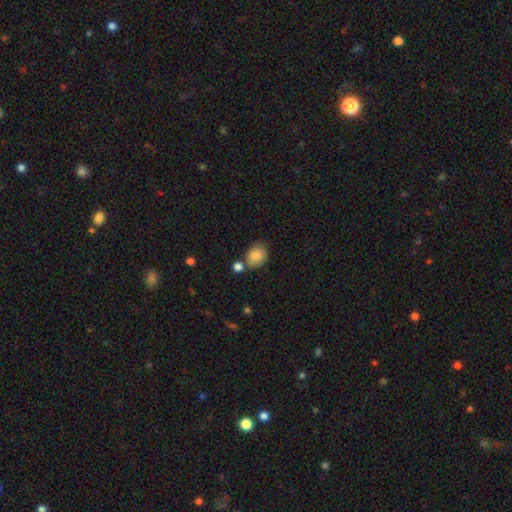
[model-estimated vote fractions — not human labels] Smooth or featured? smooth (85%)
How rounded? in between (65%)
Merging? none (65%)